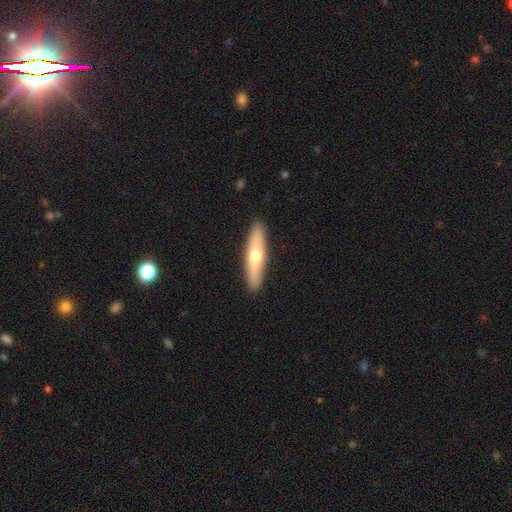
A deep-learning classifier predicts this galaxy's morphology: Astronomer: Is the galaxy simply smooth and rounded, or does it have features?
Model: smooth — 53% (runner-up: featured or disk, 41%).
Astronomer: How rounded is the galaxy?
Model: cigar-shaped — 77%.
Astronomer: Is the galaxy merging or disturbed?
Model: none — 91%.